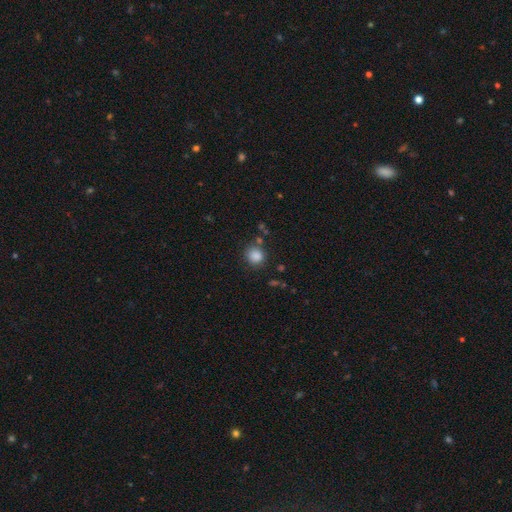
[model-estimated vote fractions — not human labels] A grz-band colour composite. It shows a smooth galaxy with no disk features (86%) that is round (85%). Merging: none (80%).